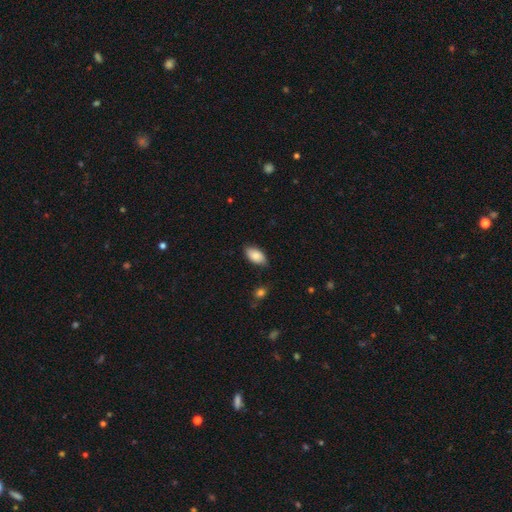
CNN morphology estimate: The model was most divided on "merging": none: 82%, minor disturbance: 14%, major disturbance: 2%, merger: 1%. More confident: how rounded — in between (94%); smooth or featured — smooth (84%).